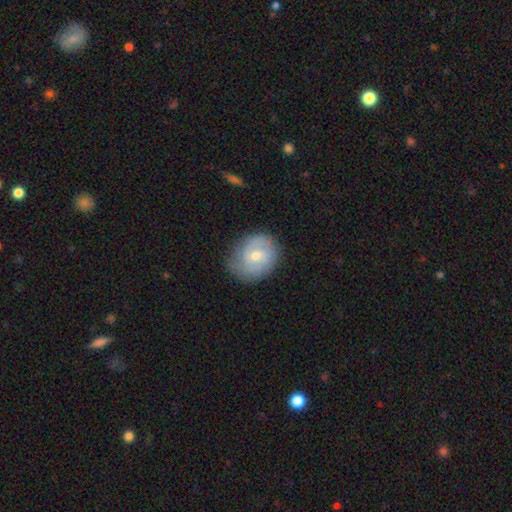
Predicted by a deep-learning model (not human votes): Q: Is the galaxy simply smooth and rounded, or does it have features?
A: featured or disk — 55%.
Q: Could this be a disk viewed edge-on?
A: no — 97%.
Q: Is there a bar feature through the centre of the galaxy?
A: no — 53%.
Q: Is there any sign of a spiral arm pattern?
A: yes — 79%.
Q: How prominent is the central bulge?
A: moderate — 52%.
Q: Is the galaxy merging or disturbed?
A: none — 75%.